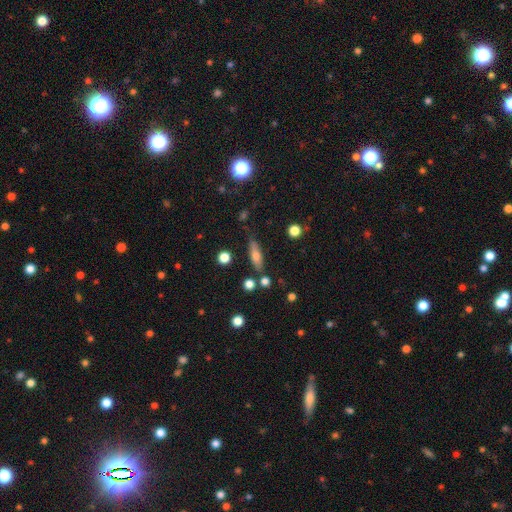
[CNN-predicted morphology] Q: Smooth or featured?
A: smooth (61%); runner-up: featured or disk (29%)
Q: How rounded?
A: cigar-shaped (53%); runner-up: in between (43%)
Q: Merging?
A: none (74%); runner-up: minor disturbance (16%)